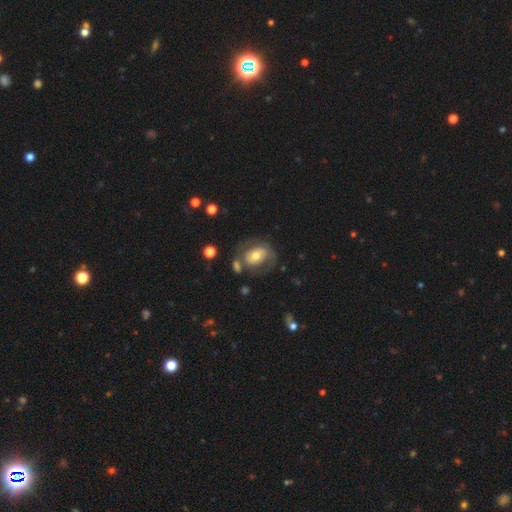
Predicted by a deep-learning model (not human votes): This is possibly a featured or disk galaxy (51%). It is clearly not viewed edge-on (95%). Merging: possibly none (55%).